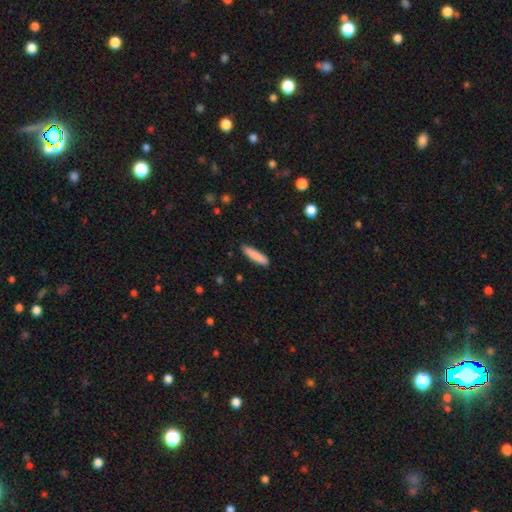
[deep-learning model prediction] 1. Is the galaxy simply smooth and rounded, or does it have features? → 87% smooth, 7% featured or disk, 6% star or artifact.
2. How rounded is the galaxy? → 78% cigar-shaped, 21% in between, 1% round.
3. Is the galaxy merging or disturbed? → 87% none, 10% minor disturbance, 2% major disturbance, 1% merger.